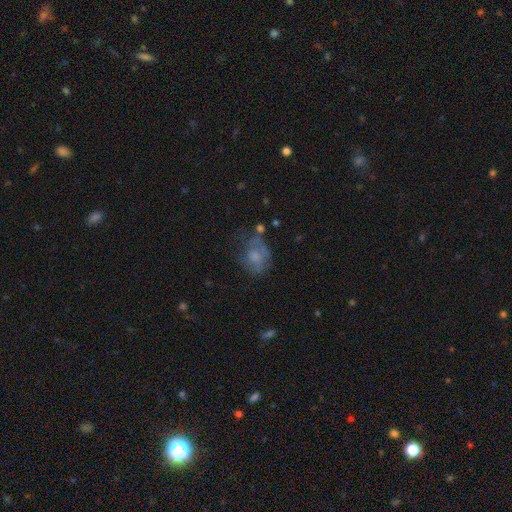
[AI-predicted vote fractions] smooth 47%, featured or disk 41%, star or artifact 12%. Down the decision tree: merging — none (44%).